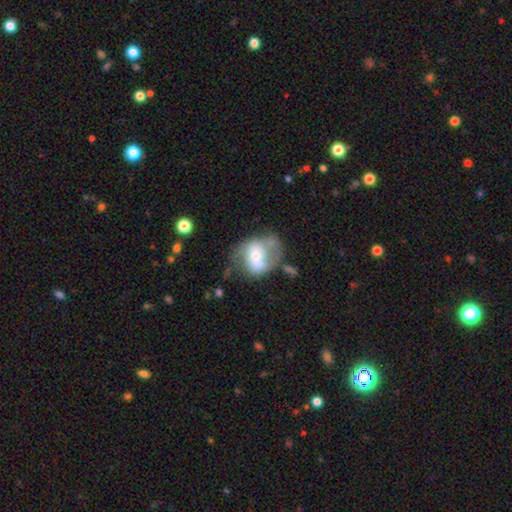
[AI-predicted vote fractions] Q: Smooth or featured?
A: featured or disk (54%); runner-up: smooth (39%)
Q: Edge-on disk?
A: no (96%); runner-up: yes (4%)
Q: Bar?
A: no (57%); runner-up: weak (28%)
Q: Spiral arms?
A: yes (56%); runner-up: no (44%)
Q: Bulge size?
A: moderate (52%); runner-up: small (34%)
Q: Merging?
A: none (35%); runner-up: major disturbance (26%)